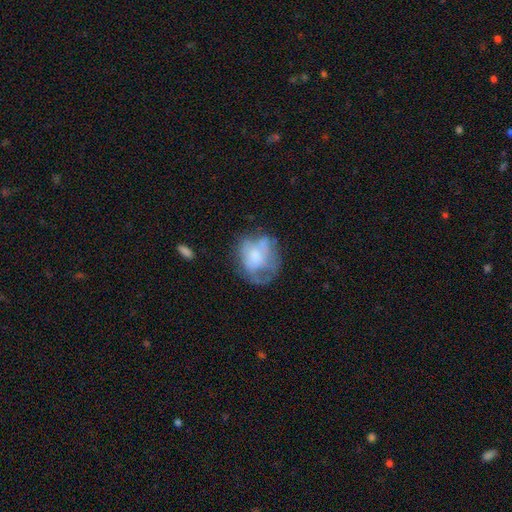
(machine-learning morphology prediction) type=smooth (48%); merging=none (40%).